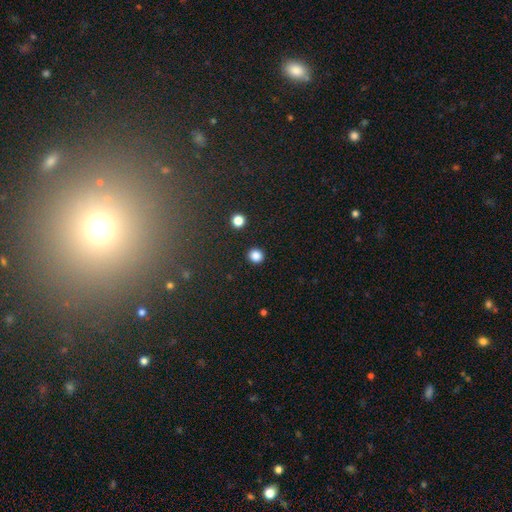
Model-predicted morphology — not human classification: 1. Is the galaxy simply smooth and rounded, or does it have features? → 85% smooth, 11% star or artifact, 3% featured or disk.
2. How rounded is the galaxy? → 89% round, 10% in between, 1% cigar-shaped.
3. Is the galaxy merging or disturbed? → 92% none, 5% minor disturbance, 2% major disturbance, 1% merger.